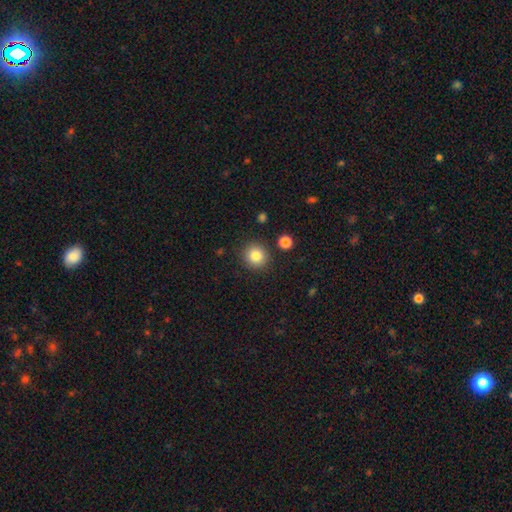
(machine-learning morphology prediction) smooth 84%, star or artifact 10%, featured or disk 6%. Down the decision tree: how rounded — round (91%); merging — none (88%).